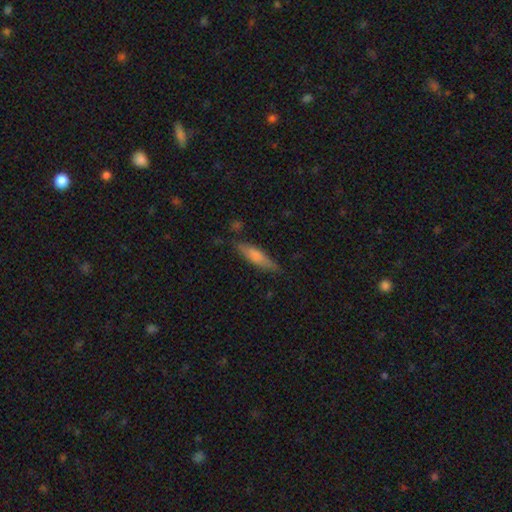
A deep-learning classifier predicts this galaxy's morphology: Smooth or featured?
  - smooth: 68% *
  - featured or disk: 26%
  - star or artifact: 6%
How rounded?
  - cigar-shaped: 74% *
  - in between: 24%
  - round: 2%
Merging?
  - none: 77% *
  - minor disturbance: 17%
  - major disturbance: 4%
  - merger: 2%